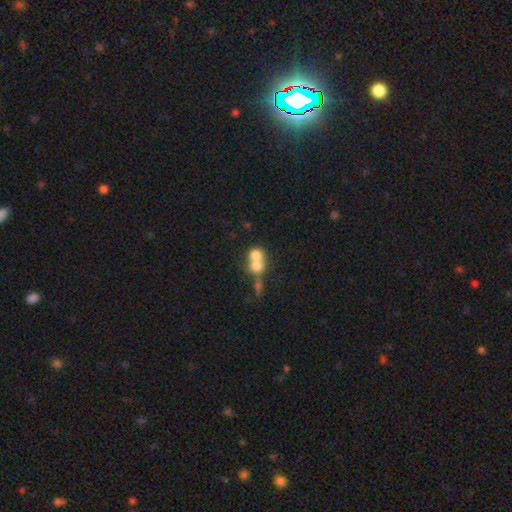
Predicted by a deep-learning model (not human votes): The model was most divided on "how rounded": round: 70%, in between: 28%, cigar-shaped: 2%. More confident: merging — merger (69%); smooth or featured — smooth (68%).